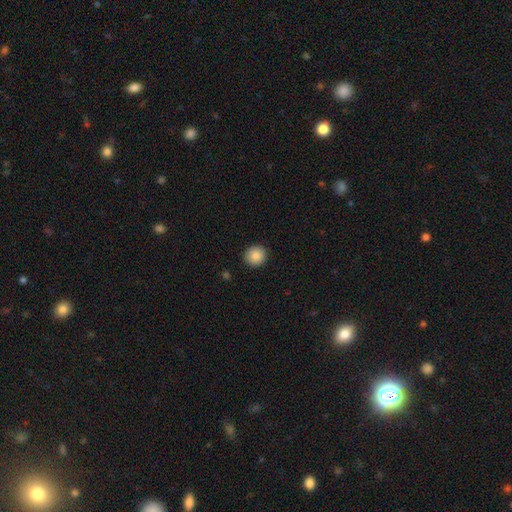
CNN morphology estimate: Overall: smooth (88%). How rounded: round (93%). Merging: none (92%).